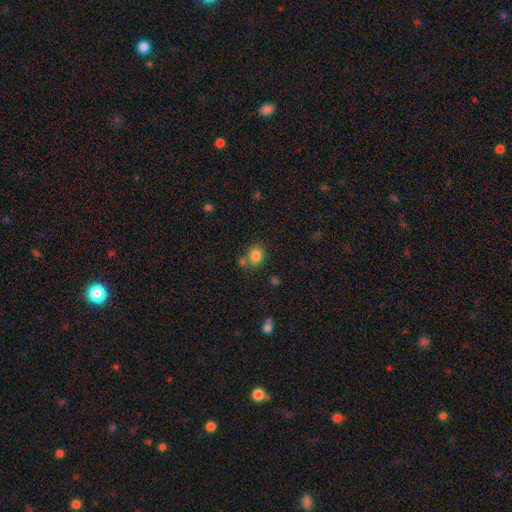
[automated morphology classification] type=smooth (83%); roundness=round (58%); merging=none (66%).